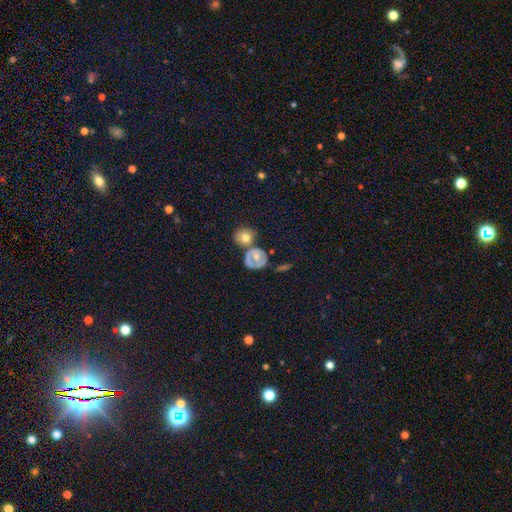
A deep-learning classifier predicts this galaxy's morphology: Smooth or featured? Predicted: smooth (p=0.49). Merging? Predicted: none (p=0.55).